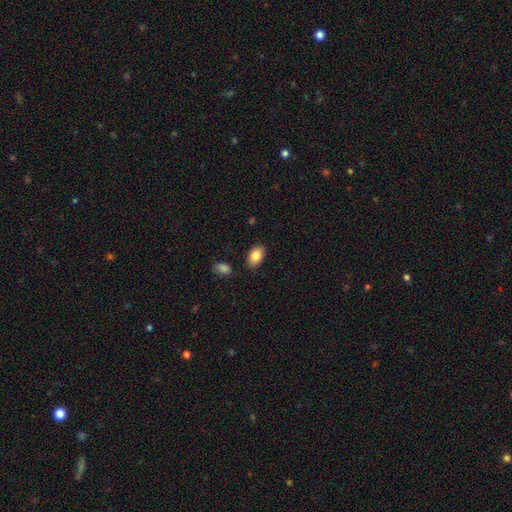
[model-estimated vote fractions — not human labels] The model was most divided on "merging": none: 86%, minor disturbance: 10%, merger: 2%, major disturbance: 2%. More confident: how rounded — in between (91%); smooth or featured — smooth (84%).